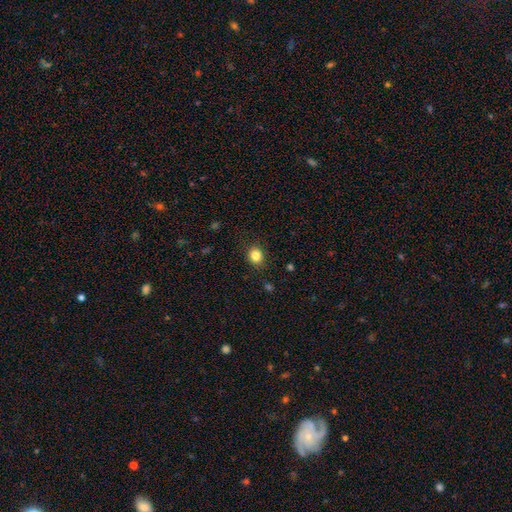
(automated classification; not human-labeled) Morphology: type=smooth (84%); roundness=round (70%); merging=none (89%).